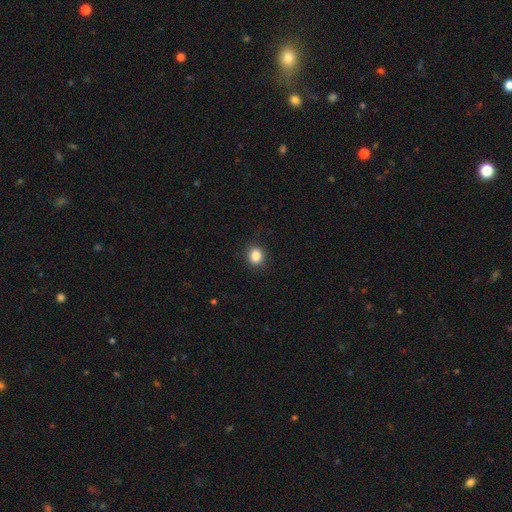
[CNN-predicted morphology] Smooth or featured? Predicted: smooth (p=0.86). How rounded? Predicted: round (p=0.70). Merging? Predicted: none (p=0.89).